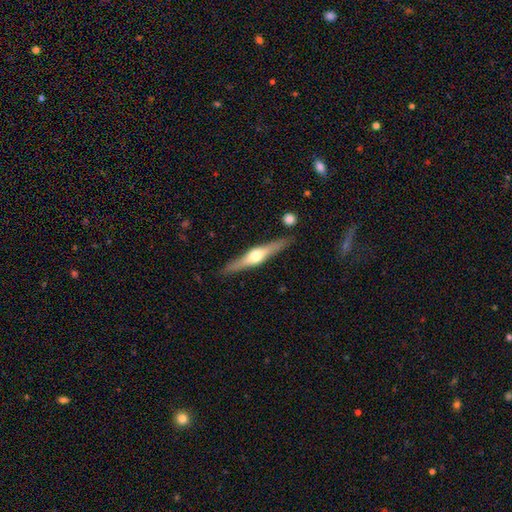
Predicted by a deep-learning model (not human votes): This appears to be a featured or disk galaxy (73%) viewed edge-on (97%) with a rounded central bulge (93%). Merging: none (86%).